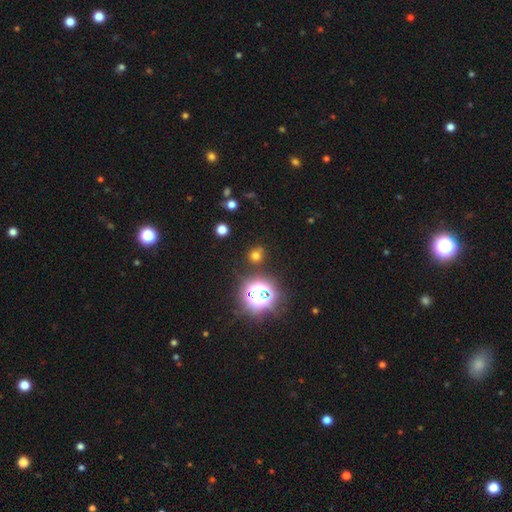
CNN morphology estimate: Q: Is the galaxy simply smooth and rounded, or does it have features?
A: smooth — 60%.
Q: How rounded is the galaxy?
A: round — 84%.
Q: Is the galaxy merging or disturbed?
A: none — 80%.